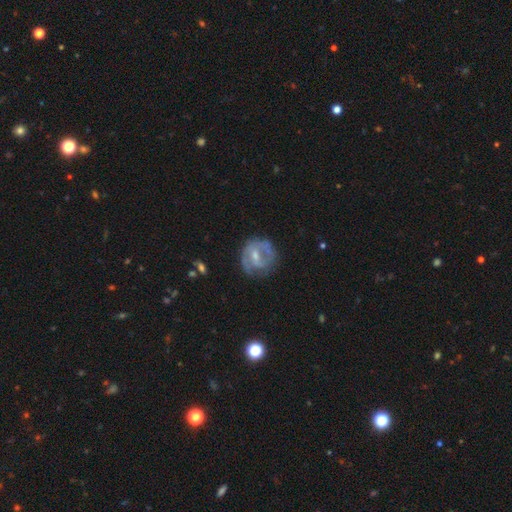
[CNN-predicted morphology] smooth-or-featured: featured or disk: 69% | smooth: 24% | star or artifact: 7%
  disk-edge-on: no: 97% | yes: 3%
    bar: weak: 52% | no: 30% | strong: 18%
    has-spiral-arms: yes: 73% | no: 27%
    bulge-size: small: 46% | moderate: 43% | none: 8% | large: 2% | dominant: 1%
  merging: none: 61% | minor disturbance: 23% | major disturbance: 14% | merger: 2%